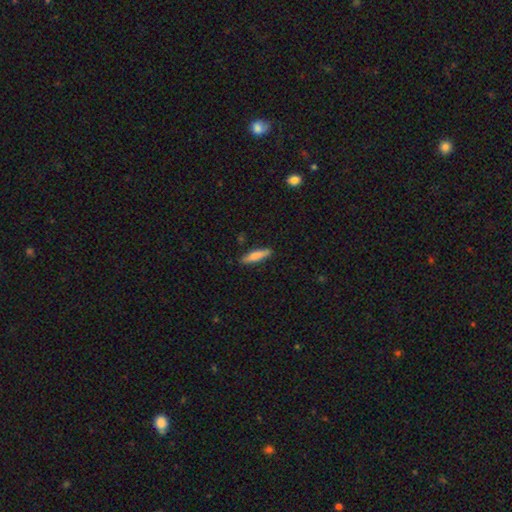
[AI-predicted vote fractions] smooth-or-featured: smooth: 77% | featured or disk: 17% | star or artifact: 6%
  how-rounded: cigar-shaped: 77% | in between: 21% | round: 2%
  merging: none: 85% | minor disturbance: 12% | major disturbance: 2% | merger: 2%